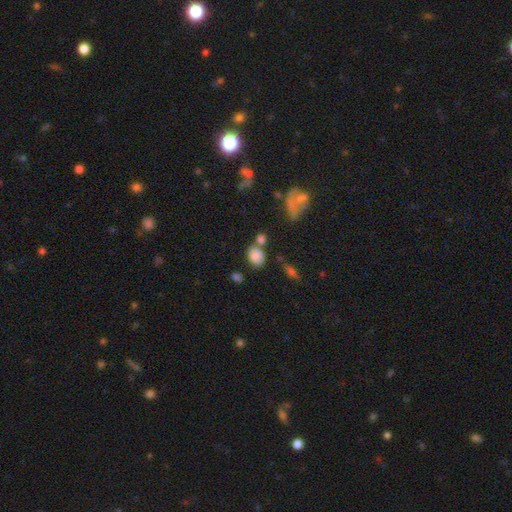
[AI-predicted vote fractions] This appears to be a smooth galaxy with no disk features (81%) that is in between round and cigar-shaped (59%). Merging: none (57%).